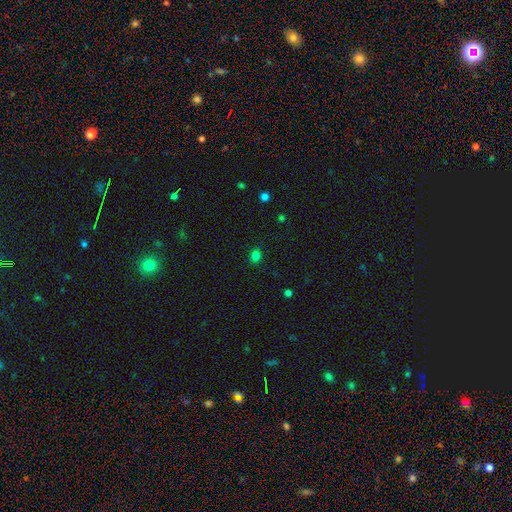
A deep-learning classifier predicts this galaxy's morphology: A smooth galaxy with no disk features (78%) that is round (54%). Merging: none (87%).